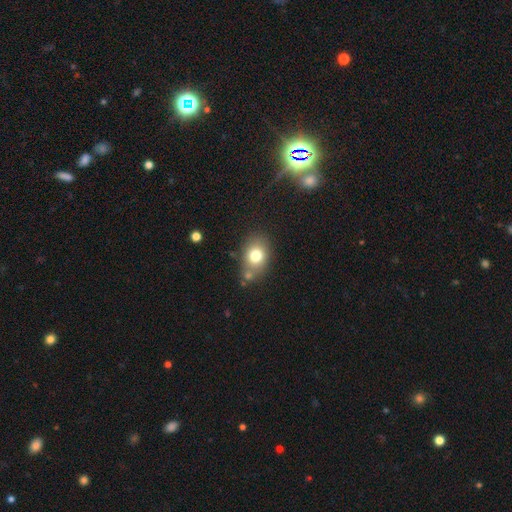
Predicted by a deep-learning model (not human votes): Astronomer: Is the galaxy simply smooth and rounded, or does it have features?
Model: smooth — 76%.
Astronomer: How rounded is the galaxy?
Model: in between — 64%.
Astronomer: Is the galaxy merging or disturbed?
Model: none — 65%.